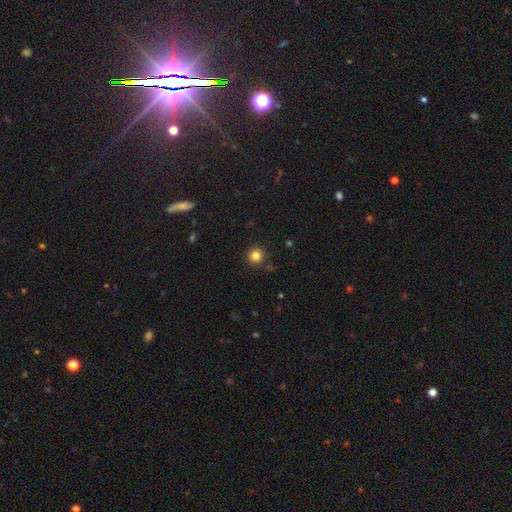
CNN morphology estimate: smooth_or_featured: smooth (p=0.83) [alt: star or artifact p=0.13]
how_rounded: round (p=0.95) [alt: in between p=0.04]
merging: none (p=0.90) [alt: minor disturbance p=0.06]